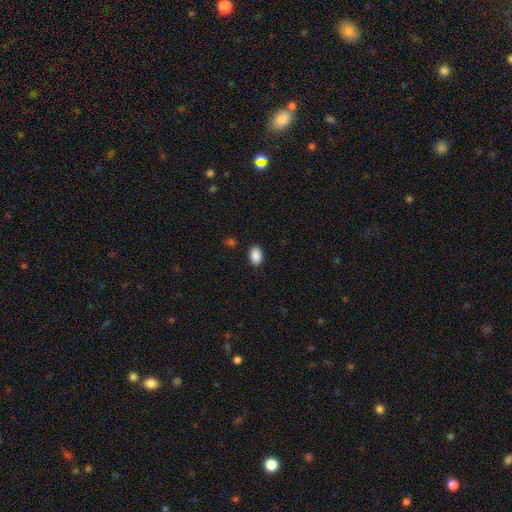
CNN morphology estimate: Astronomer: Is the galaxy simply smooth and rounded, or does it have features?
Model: smooth — 89%.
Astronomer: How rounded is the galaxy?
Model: in between — 88%.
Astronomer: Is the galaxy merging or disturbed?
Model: none — 88%.